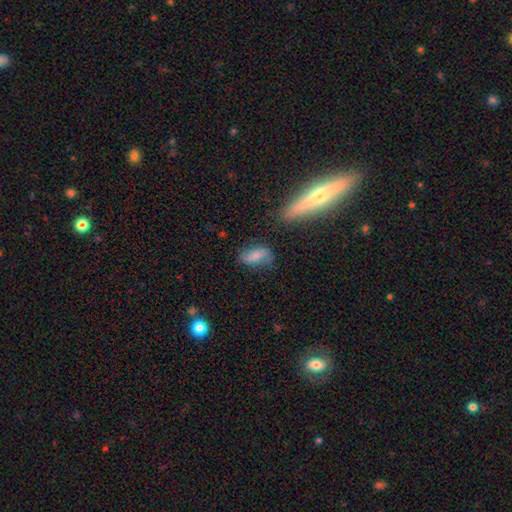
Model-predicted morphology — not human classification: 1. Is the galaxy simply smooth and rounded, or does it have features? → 64% smooth, 27% featured or disk, 10% star or artifact.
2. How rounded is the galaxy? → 87% in between, 8% cigar-shaped, 5% round.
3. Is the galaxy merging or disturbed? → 60% none, 26% minor disturbance, 11% major disturbance, 4% merger.